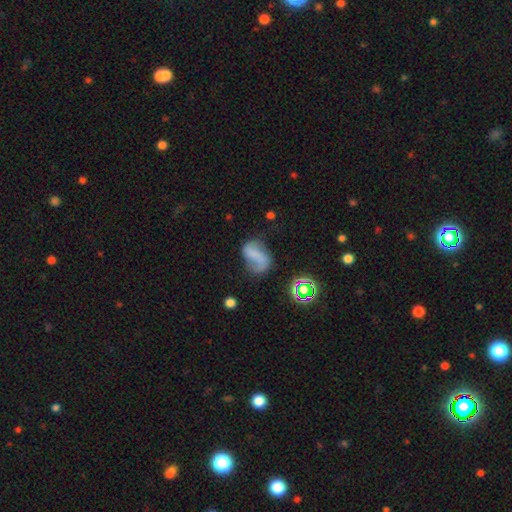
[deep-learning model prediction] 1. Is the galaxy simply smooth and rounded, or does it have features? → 45% featured or disk, 41% smooth, 15% star or artifact.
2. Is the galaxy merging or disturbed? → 45% none, 28% minor disturbance, 22% major disturbance, 5% merger.